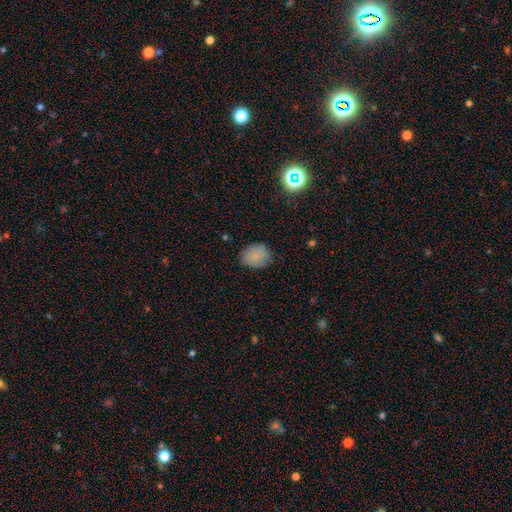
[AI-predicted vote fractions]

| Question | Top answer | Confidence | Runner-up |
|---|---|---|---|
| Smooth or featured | smooth | 81% | star or artifact (11%) |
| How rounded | round | 58% | in between (41%) |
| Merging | none | 77% | minor disturbance (18%) |